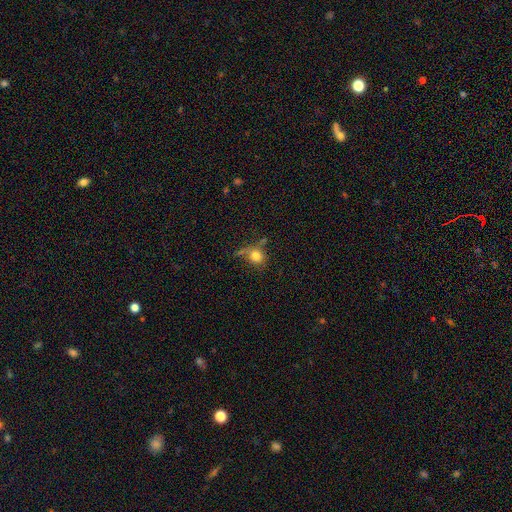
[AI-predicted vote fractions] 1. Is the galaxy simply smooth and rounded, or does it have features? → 76% smooth, 13% star or artifact, 12% featured or disk.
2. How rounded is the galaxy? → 76% round, 22% in between, 2% cigar-shaped.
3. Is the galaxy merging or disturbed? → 53% none, 22% minor disturbance, 14% major disturbance, 11% merger.